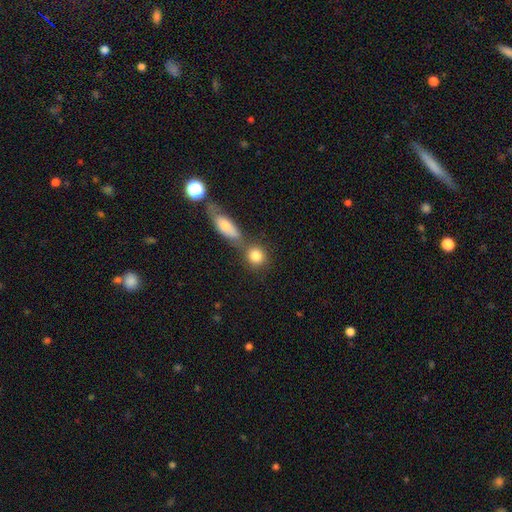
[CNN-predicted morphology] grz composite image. It shows a smooth galaxy with no disk features (82%) that is round (77%). Merging: none (55%).